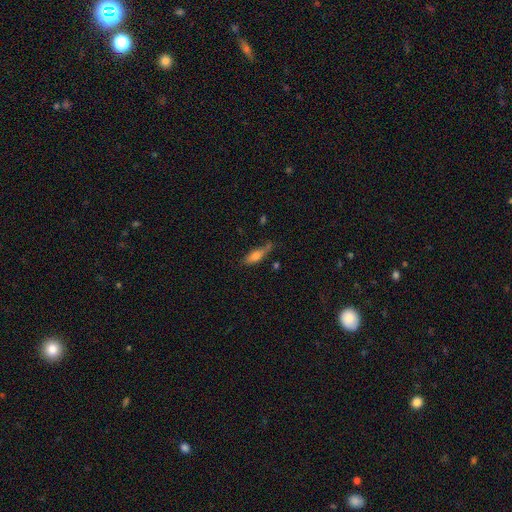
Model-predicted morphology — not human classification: Smooth or featured? Predicted: smooth (p=0.63). How rounded? Predicted: cigar-shaped (p=0.54). Merging? Predicted: none (p=0.57).